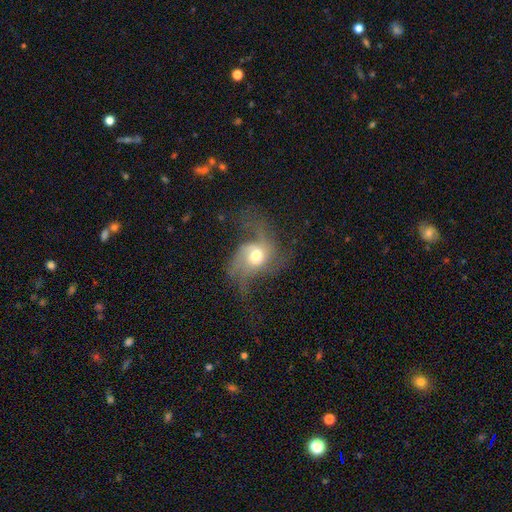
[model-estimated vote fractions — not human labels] Smooth or featured?
  - featured or disk: 65% *
  - smooth: 25%
  - star or artifact: 9%
Edge-on disk?
  - no: 96% *
  - yes: 4%
Bar?
  - no: 72% *
  - weak: 23%
  - strong: 5%
Spiral arms?
  - yes: 80% *
  - no: 20%
Spiral winding?
  - loose: 61% *
  - medium: 31%
  - tight: 8%
Spiral arm count?
  - 2: 45% *
  - 3: 19%
  - can't tell: 15%
  - 1: 13%
  - 4: 5%
  - more than 4: 4%
Bulge size?
  - moderate: 65% *
  - large: 16%
  - small: 15%
  - dominant: 2%
  - none: 1%
Merging?
  - major disturbance: 42% *
  - none: 35%
  - minor disturbance: 20%
  - merger: 3%